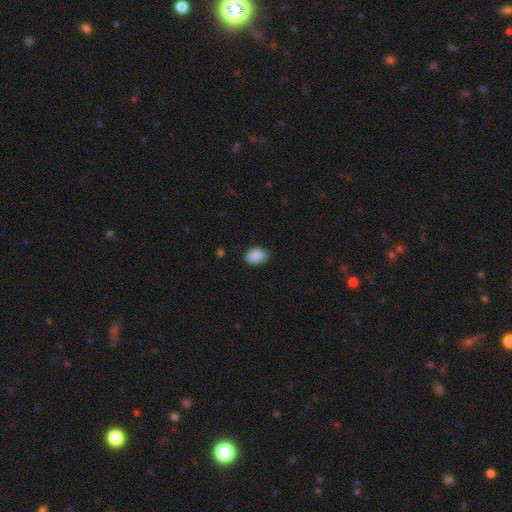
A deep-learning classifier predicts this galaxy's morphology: Q: Smooth or featured?
A: smooth (89%); runner-up: star or artifact (7%)
Q: How rounded?
A: in between (84%); runner-up: round (15%)
Q: Merging?
A: none (74%); runner-up: minor disturbance (22%)